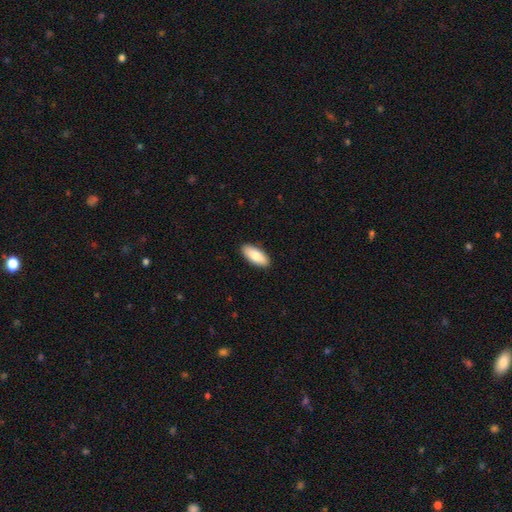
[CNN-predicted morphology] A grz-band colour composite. It shows a smooth galaxy with no disk features (83%) that is in between round and cigar-shaped (81%). Merging: none (91%).